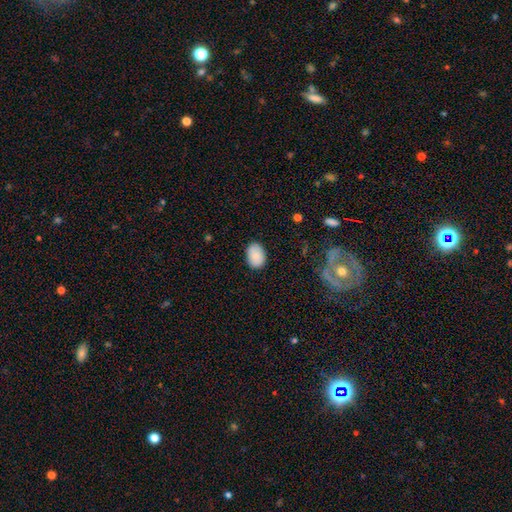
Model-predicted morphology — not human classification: smooth 88%, star or artifact 7%, featured or disk 5%. Down the decision tree: how rounded — in between (82%); merging — none (86%).